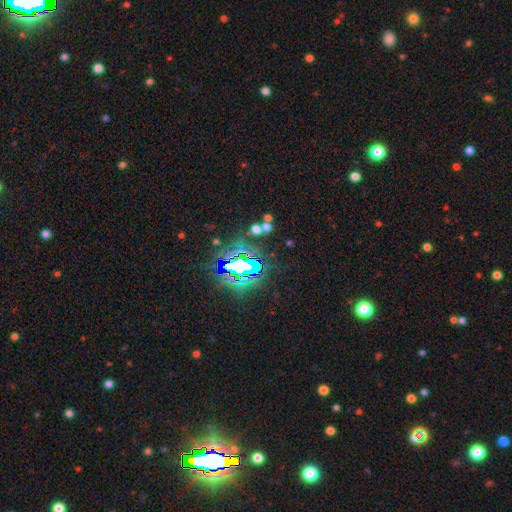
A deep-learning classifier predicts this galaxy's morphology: A star or artifact, not a galaxy (82%).

Vote fractions:
- Smooth or featured? star or artifact: 82% / smooth: 10% / featured or disk: 8%